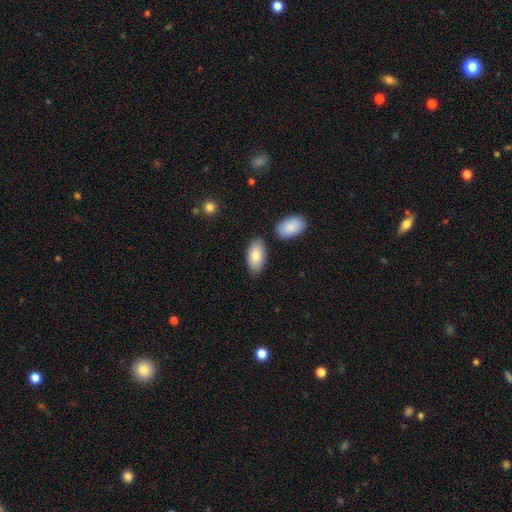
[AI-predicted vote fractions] Smooth or featured: smooth — 85% (featured or disk — 9%)
How rounded: in between — 95% (cigar-shaped — 3%)
Merging: none — 79% (minor disturbance — 11%)